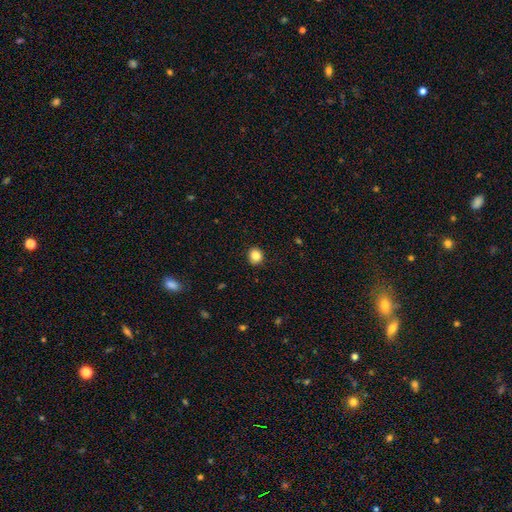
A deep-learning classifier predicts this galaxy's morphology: Smooth or featured?
  - smooth: 86% *
  - star or artifact: 10%
  - featured or disk: 4%
How rounded?
  - round: 82% *
  - in between: 17%
  - cigar-shaped: 1%
Merging?
  - none: 90% *
  - minor disturbance: 7%
  - major disturbance: 2%
  - merger: 1%